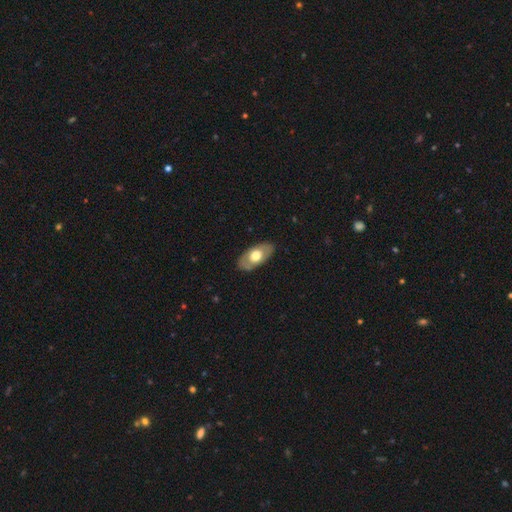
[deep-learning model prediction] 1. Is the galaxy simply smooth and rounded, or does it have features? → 56% smooth, 39% featured or disk, 5% star or artifact.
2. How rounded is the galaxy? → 93% in between, 4% round, 3% cigar-shaped.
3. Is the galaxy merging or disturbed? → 85% none, 11% minor disturbance, 3% major disturbance, 1% merger.